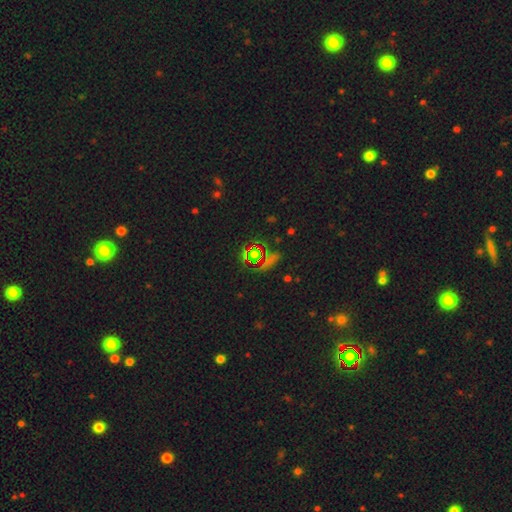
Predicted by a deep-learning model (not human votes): A star or artifact, not a galaxy (62%).